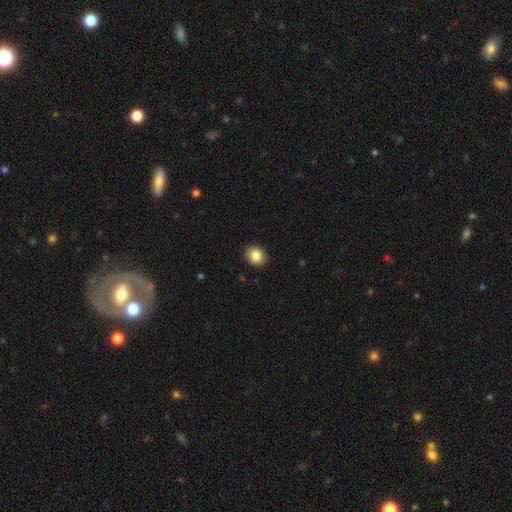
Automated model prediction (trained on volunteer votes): Smooth or featured? smooth (86%)
How rounded? round (62%)
Merging? none (91%)